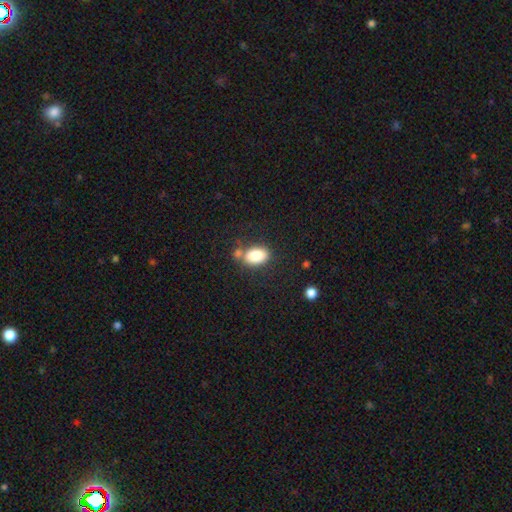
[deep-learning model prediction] Smooth or featured? Predicted: smooth (p=0.86). How rounded? Predicted: in between (p=0.88). Merging? Predicted: none (p=0.62).